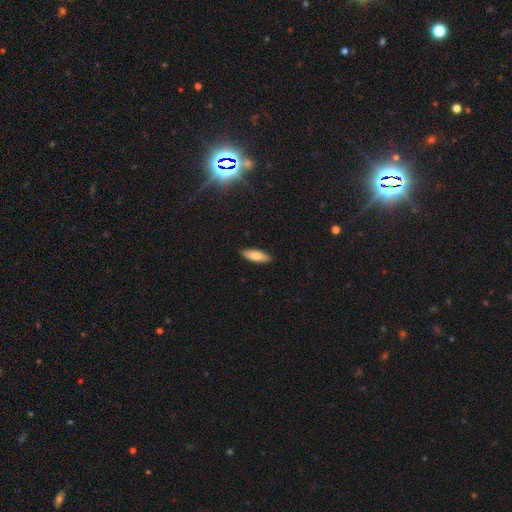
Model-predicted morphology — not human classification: type=smooth (83%); roundness=in between (52%); merging=none (88%).